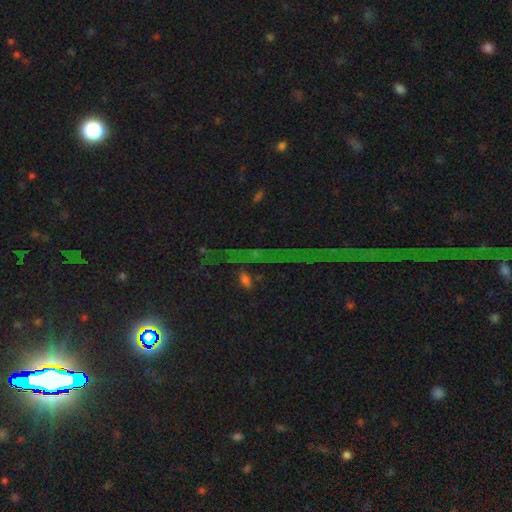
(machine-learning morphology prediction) Smooth or featured?
  - star or artifact: 82% *
  - featured or disk: 9%
  - smooth: 9%